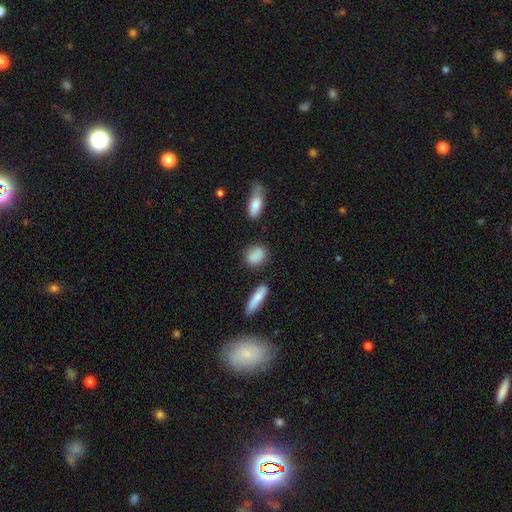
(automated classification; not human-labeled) smooth 86%, star or artifact 8%, featured or disk 6%. Down the decision tree: how rounded — round (49%); merging — none (77%).